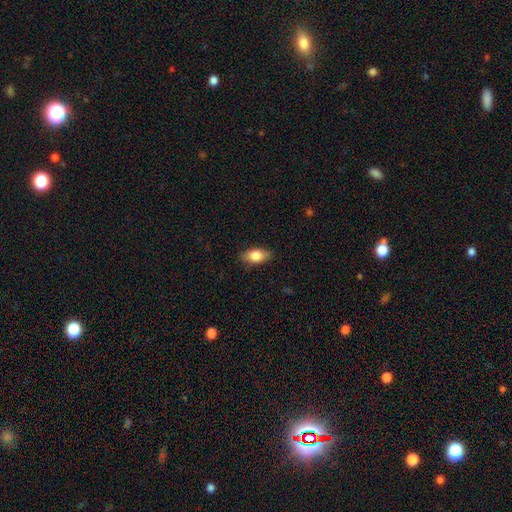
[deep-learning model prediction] Smooth or featured: smooth — 81% (featured or disk — 13%)
How rounded: in between — 88% (cigar-shaped — 6%)
Merging: none — 84% (minor disturbance — 12%)